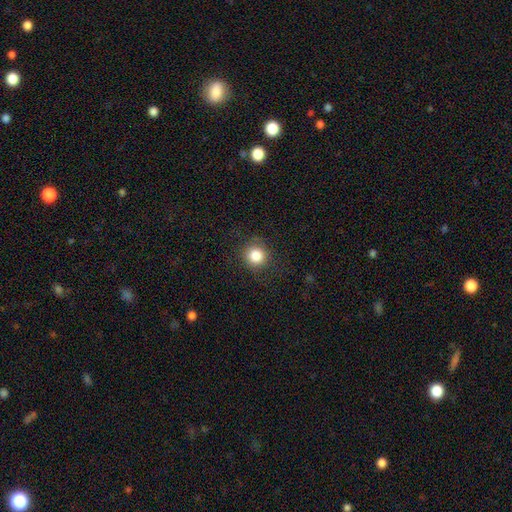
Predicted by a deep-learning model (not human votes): The model was most divided on "smooth or featured": smooth: 84%, star or artifact: 11%, featured or disk: 5%. More confident: how rounded — round (93%); merging — none (87%).